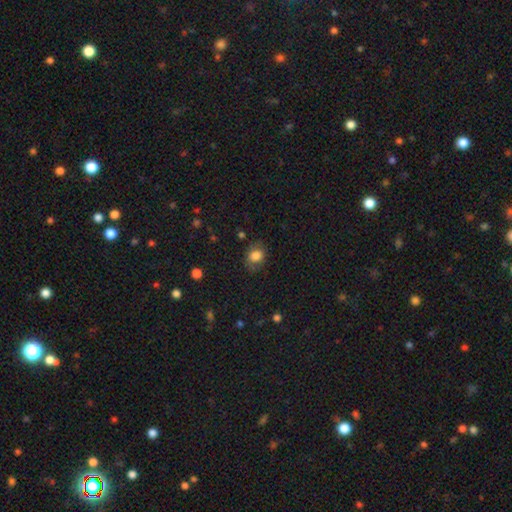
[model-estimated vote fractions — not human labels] Morphology: type=smooth (77%); roundness=in between (50%); merging=none (70%).